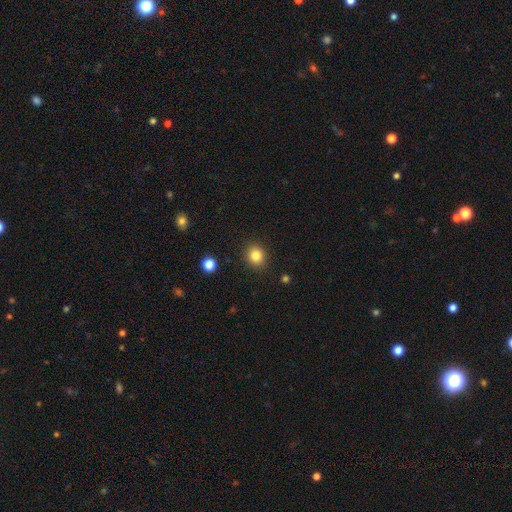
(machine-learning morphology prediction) Smooth or featured? smooth (84%)
How rounded? round (76%)
Merging? none (89%)